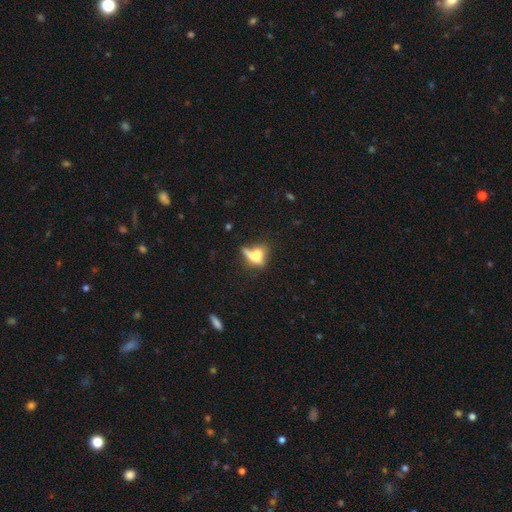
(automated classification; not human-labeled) Overall: smooth (59%; featured or disk 28%). How rounded: in between (57%; round 26%). Merging: merger (31%; none 30%).